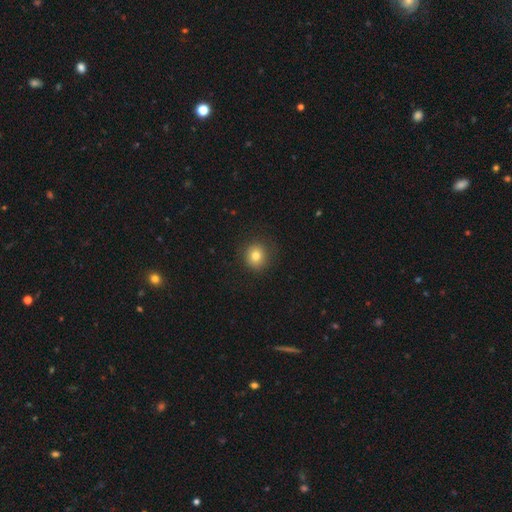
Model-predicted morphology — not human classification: The model was most divided on "smooth or featured": smooth: 80%, star or artifact: 12%, featured or disk: 8%. More confident: how rounded — round (88%); merging — none (87%).